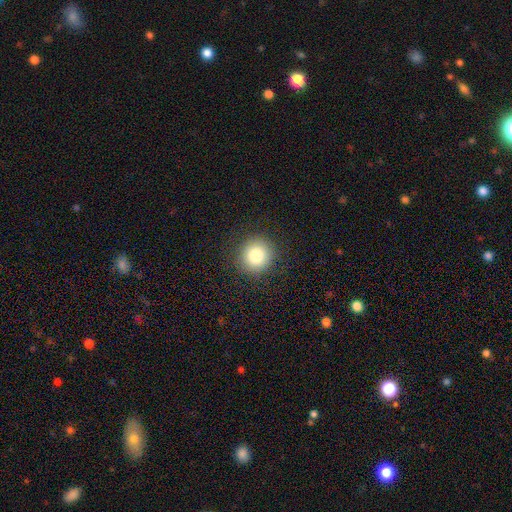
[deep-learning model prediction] Overall: smooth (82%). How rounded: round (92%). Merging: none (90%).